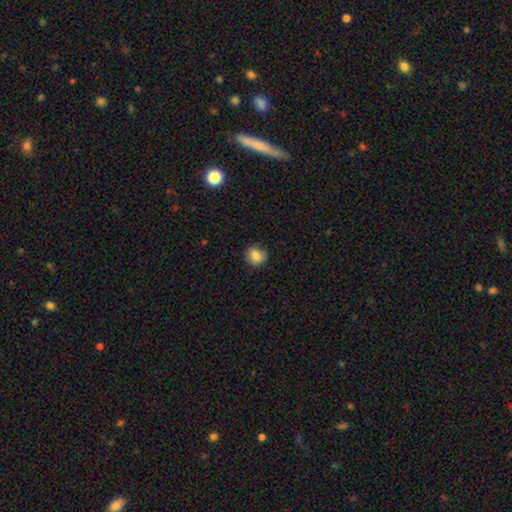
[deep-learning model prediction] Smooth or featured? Predicted: smooth (p=0.84). How rounded? Predicted: round (p=0.88). Merging? Predicted: none (p=0.83).